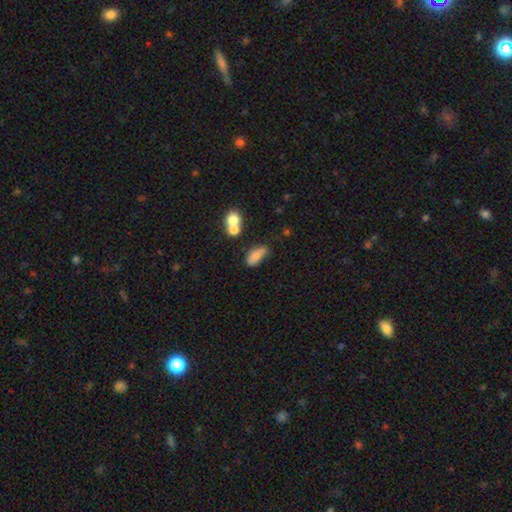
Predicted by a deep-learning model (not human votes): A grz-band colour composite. It shows a smooth galaxy with no disk features (75%) that is in between round and cigar-shaped (82%). Merging: none (40%).